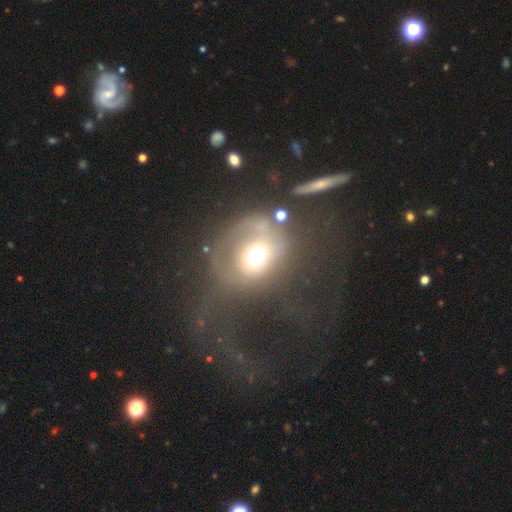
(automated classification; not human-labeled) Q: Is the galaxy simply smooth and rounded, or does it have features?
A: smooth — 50%.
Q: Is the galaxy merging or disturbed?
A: major disturbance — 41%.